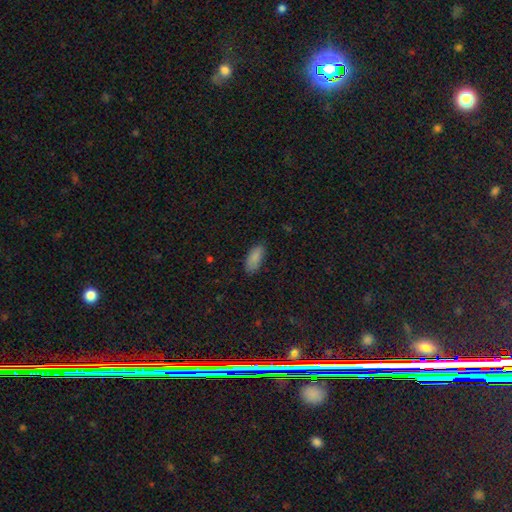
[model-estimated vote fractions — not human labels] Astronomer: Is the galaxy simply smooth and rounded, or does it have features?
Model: smooth — 85%.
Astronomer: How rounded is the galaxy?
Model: in between — 86%.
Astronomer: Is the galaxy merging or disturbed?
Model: none — 82%.